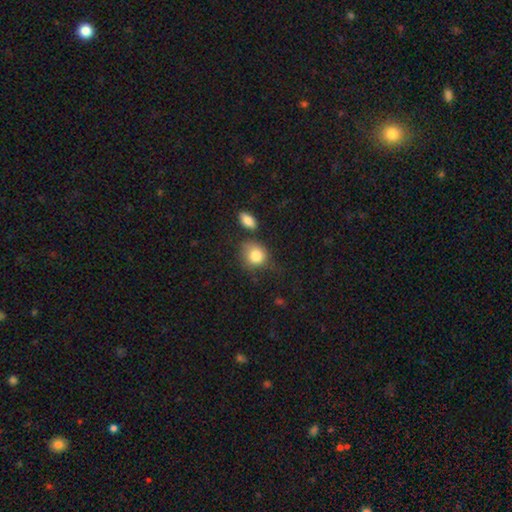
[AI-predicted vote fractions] A smooth galaxy with no disk features (83%) that is round (73%). Merging: none (56%).